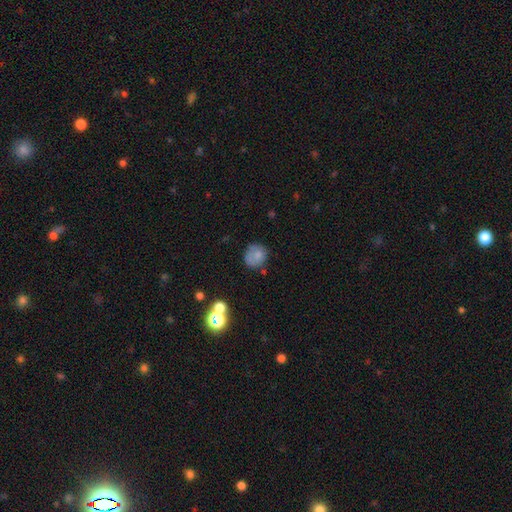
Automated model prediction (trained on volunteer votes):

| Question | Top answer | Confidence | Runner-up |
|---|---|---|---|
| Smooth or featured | smooth | 75% | featured or disk (14%) |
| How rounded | round | 77% | in between (22%) |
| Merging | none | 63% | minor disturbance (23%) |